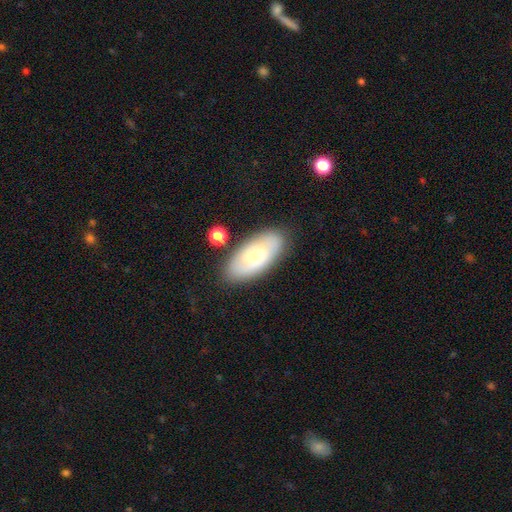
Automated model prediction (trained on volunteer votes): Q: Smooth or featured?
A: smooth (52%); runner-up: featured or disk (41%)
Q: How rounded?
A: in between (89%); runner-up: cigar-shaped (8%)
Q: Merging?
A: none (80%); runner-up: minor disturbance (13%)